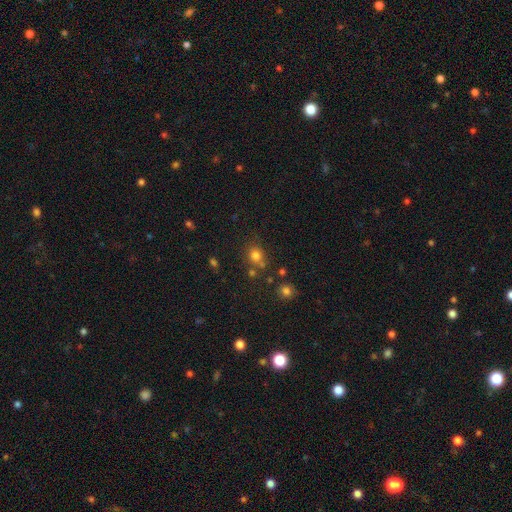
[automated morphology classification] The model was most divided on "merging": none: 65%, merger: 17%, minor disturbance: 13%, major disturbance: 5%. More confident: how rounded — round (81%); smooth or featured — smooth (76%).